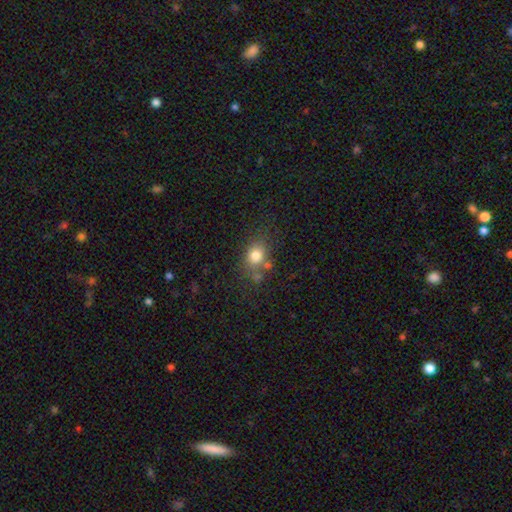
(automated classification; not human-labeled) A smooth galaxy with no disk features (78%) that is round (53%).

Vote fractions:
- Smooth or featured? smooth: 78% / star or artifact: 12% / featured or disk: 10%
- How rounded? round: 53% / in between: 45% / cigar-shaped: 1%
- Merging? none: 63% / minor disturbance: 17% / merger: 13% / major disturbance: 7%